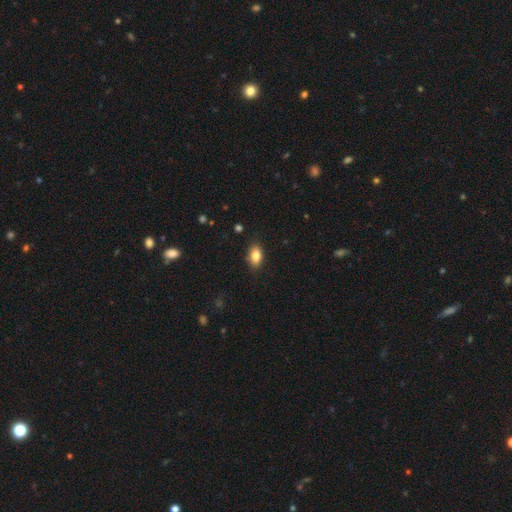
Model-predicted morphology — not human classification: A smooth galaxy with no disk features (84%) that is in between round and cigar-shaped (88%). Merging: none (85%).